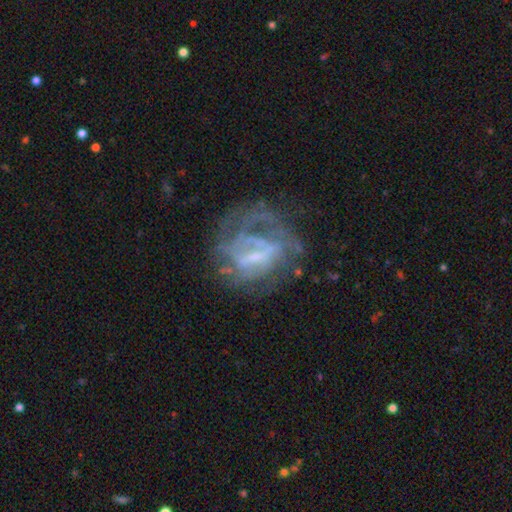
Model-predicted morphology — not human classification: Smooth or featured? Predicted: featured or disk (p=0.75). Edge-on disk? Predicted: no (p=0.96). Bar? Predicted: weak (p=0.45). Spiral arms? Predicted: yes (p=0.60). Bulge size? Predicted: small (p=0.42). Merging? Predicted: none (p=0.48).